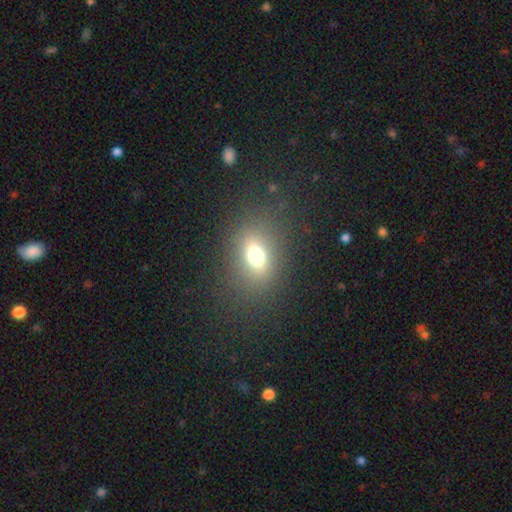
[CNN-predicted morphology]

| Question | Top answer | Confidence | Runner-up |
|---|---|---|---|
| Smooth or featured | smooth | 63% | star or artifact (21%) |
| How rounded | in between | 54% | round (43%) |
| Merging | none | 81% | minor disturbance (10%) |